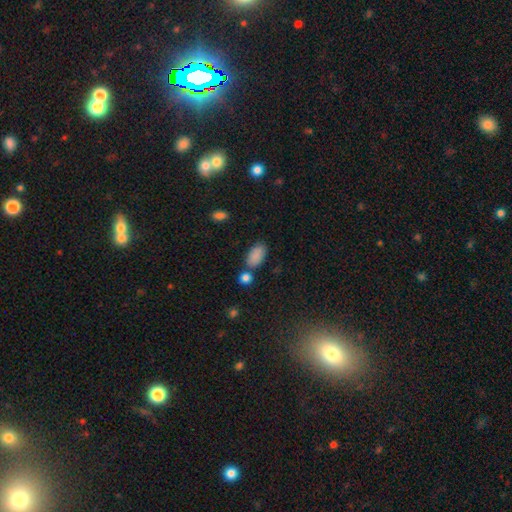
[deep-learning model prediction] Smooth or featured?
  - smooth: 87% *
  - star or artifact: 8%
  - featured or disk: 5%
How rounded?
  - in between: 93% *
  - round: 4%
  - cigar-shaped: 3%
Merging?
  - none: 69% *
  - minor disturbance: 14%
  - merger: 13%
  - major disturbance: 4%